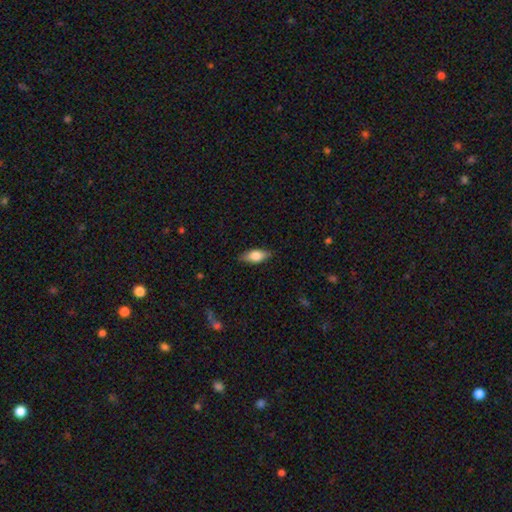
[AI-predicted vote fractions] The model was most divided on "smooth or featured": smooth: 72%, featured or disk: 21%, star or artifact: 7%. More confident: merging — none (84%); how rounded — in between (80%).